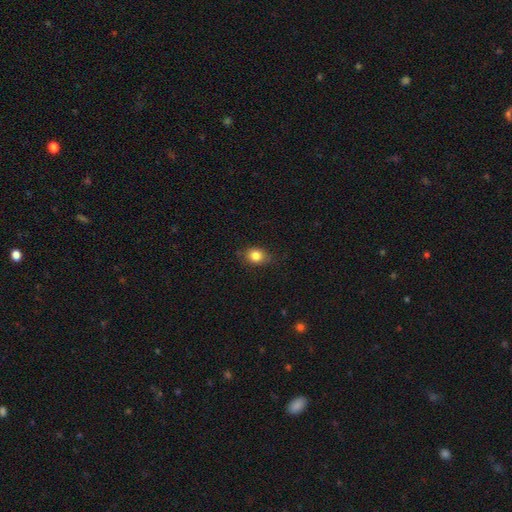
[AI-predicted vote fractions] smooth_or_featured: smooth (p=0.83) [alt: star or artifact p=0.10]
how_rounded: in between (p=0.52) [alt: round p=0.46]
merging: none (p=0.76) [alt: minor disturbance p=0.19]